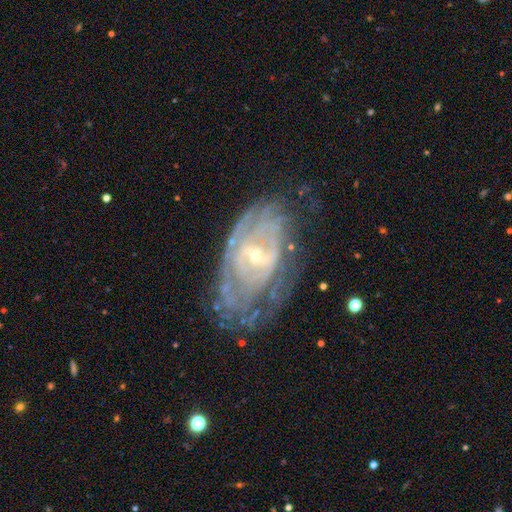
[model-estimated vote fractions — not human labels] featured or disk 82%, smooth 10%, star or artifact 8%. Down the decision tree: edge-on disk — no (95%); bar — weak (44%); spiral arms — yes (85%); spiral arm count — can't tell (55%); spiral winding — tight (69%); bulge size — small (73%); merging — none (60%).